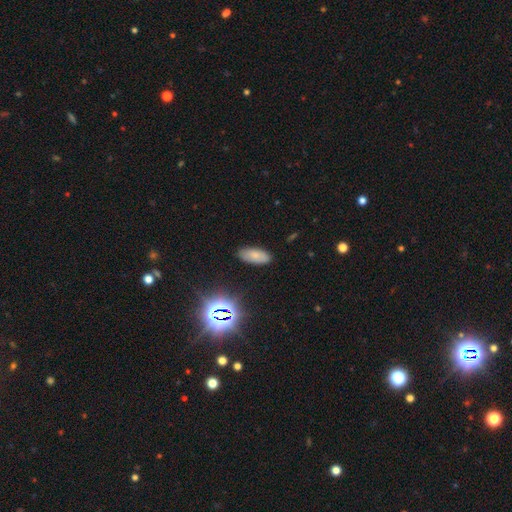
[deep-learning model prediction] Smooth or featured? smooth (74%)
How rounded? in between (88%)
Merging? none (84%)